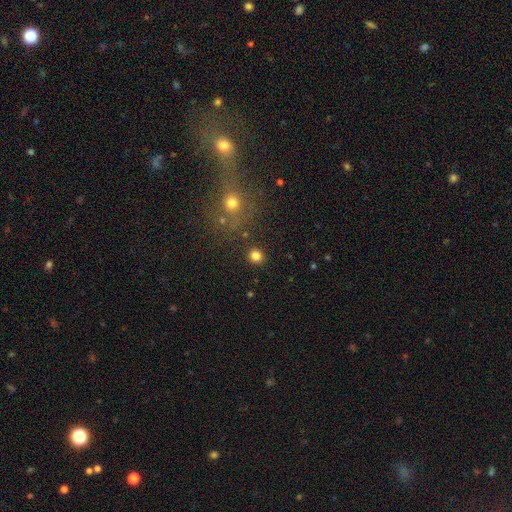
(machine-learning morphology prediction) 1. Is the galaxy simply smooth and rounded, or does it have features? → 82% smooth, 13% star or artifact, 5% featured or disk.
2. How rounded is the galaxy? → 90% round, 10% in between, 1% cigar-shaped.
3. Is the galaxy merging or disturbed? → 89% none, 6% minor disturbance, 3% merger, 2% major disturbance.